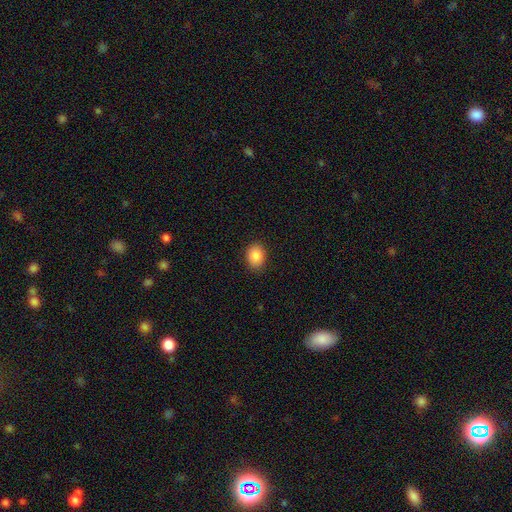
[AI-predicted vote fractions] A smooth galaxy with no disk features (87%) that is in between round and cigar-shaped (60%).

Vote fractions:
- Smooth or featured? smooth: 87% / star or artifact: 8% / featured or disk: 5%
- How rounded? in between: 60% / round: 39% / cigar-shaped: 1%
- Merging? none: 88% / minor disturbance: 9% / major disturbance: 2% / merger: 1%